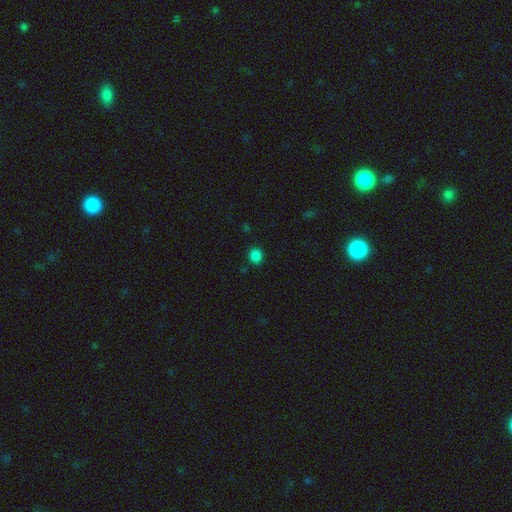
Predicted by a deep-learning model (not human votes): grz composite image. It shows a smooth galaxy with no disk features (84%) that is round (81%). Merging: none (90%).